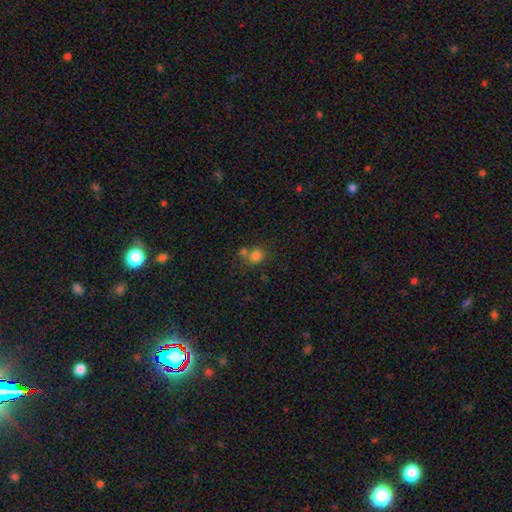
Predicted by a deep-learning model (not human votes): A smooth galaxy with no disk features (79%) that is round (79%).

Vote fractions:
- Smooth or featured? smooth: 79% / star or artifact: 13% / featured or disk: 8%
- How rounded? round: 79% / in between: 20% / cigar-shaped: 1%
- Merging? none: 54% / merger: 32% / minor disturbance: 10% / major disturbance: 4%